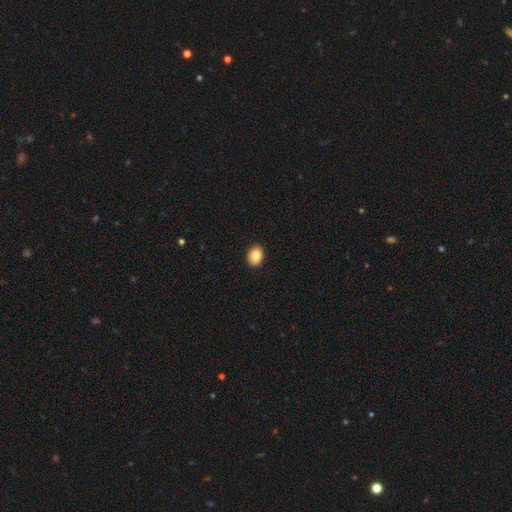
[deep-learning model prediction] Smooth or featured? smooth (87%)
How rounded? in between (71%)
Merging? none (91%)